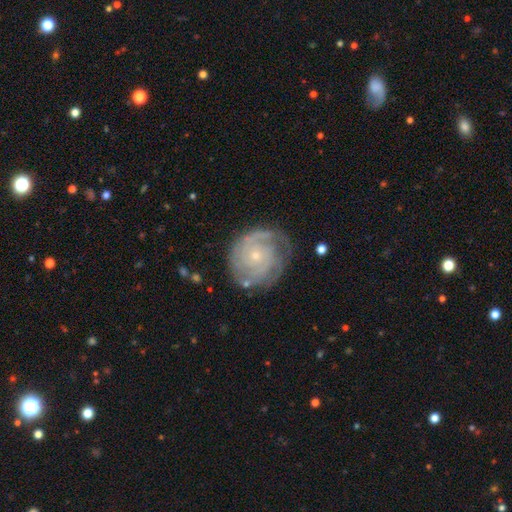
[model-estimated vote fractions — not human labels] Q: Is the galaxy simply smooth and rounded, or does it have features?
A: featured or disk — 81%.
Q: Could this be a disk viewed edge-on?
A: no — 98%.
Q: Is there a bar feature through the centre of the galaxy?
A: no — 81%.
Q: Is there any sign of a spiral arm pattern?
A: yes — 93%.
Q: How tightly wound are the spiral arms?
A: tight — 72%.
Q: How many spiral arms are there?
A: can't tell — 34%.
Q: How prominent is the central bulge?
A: small — 80%.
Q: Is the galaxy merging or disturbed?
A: none — 72%.